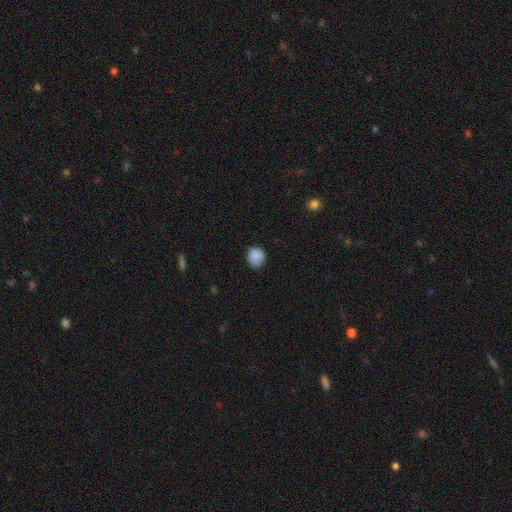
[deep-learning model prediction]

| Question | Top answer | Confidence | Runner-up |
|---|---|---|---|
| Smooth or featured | smooth | 86% | star or artifact (9%) |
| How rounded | round | 73% | in between (26%) |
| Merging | none | 69% | minor disturbance (25%) |